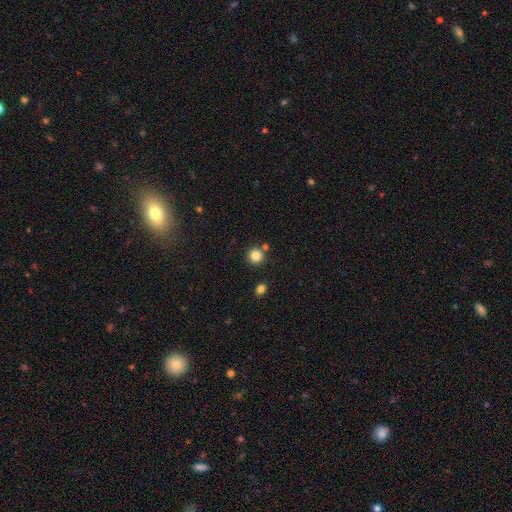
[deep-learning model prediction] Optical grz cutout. It shows a smooth galaxy with no disk features (83%) that is round (93%). Merging: none (82%).